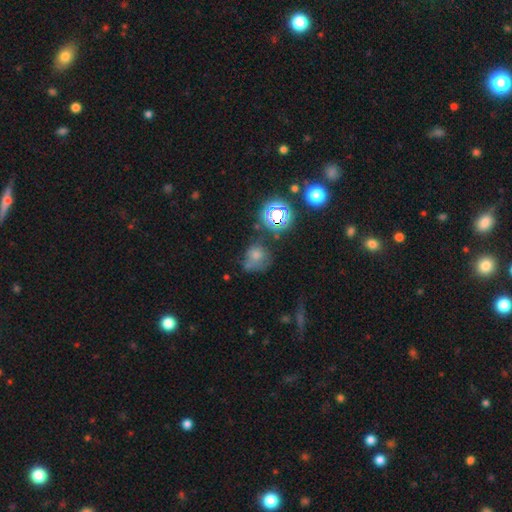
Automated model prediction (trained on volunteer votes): The model was most divided on "merging": none: 48%, minor disturbance: 24%, major disturbance: 14%, merger: 14%. More confident: how rounded — round (78%); smooth or featured — smooth (62%).